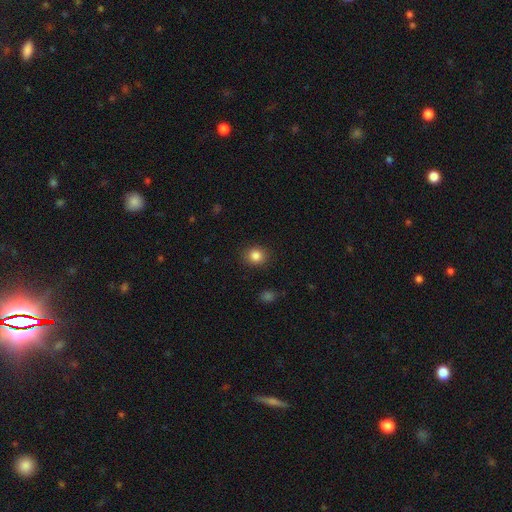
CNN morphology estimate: A smooth galaxy with no disk features (85%) that is round (77%).

Vote fractions:
- Smooth or featured? smooth: 85% / star or artifact: 11% / featured or disk: 5%
- How rounded? round: 77% / in between: 22% / cigar-shaped: 1%
- Merging? none: 88% / minor disturbance: 8% / major disturbance: 3% / merger: 1%